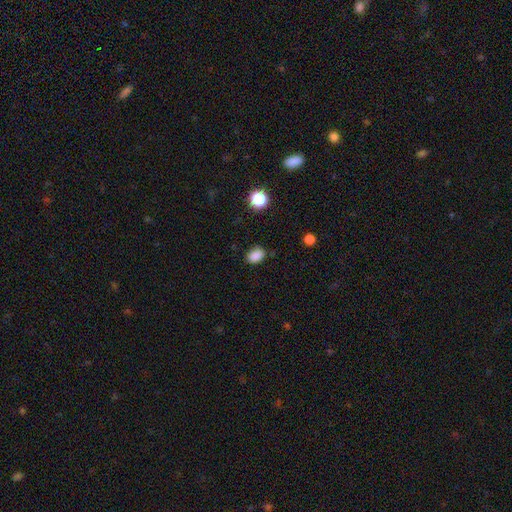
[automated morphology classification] Smooth or featured: smooth — 86% (star or artifact — 11%)
How rounded: in between — 76% (round — 22%)
Merging: none — 81% (minor disturbance — 14%)